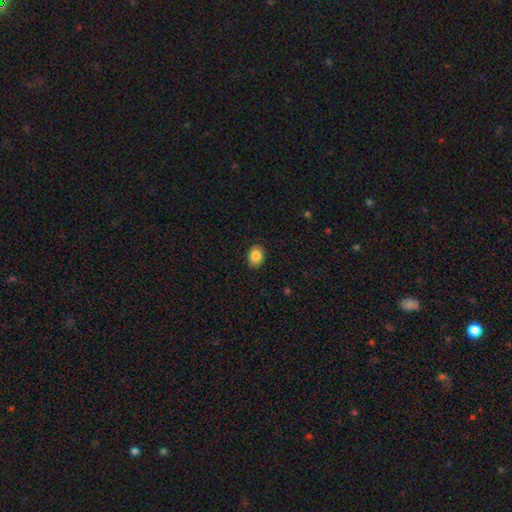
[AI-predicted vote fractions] The model was most divided on "how rounded": in between: 62%, round: 37%, cigar-shaped: 1%. More confident: merging — none (90%); smooth or featured — smooth (86%).